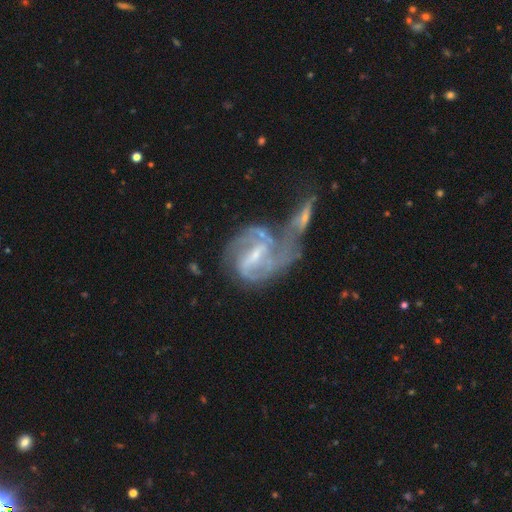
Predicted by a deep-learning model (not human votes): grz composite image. It shows a featured or disk galaxy (86%) with a strong bar (47%), 2 (70%) medium (47%) spiral arms (93%) and a small central bulge (65%). Merging: merger (54%).